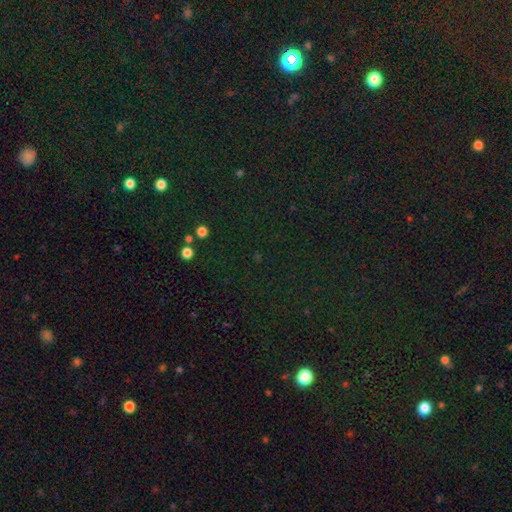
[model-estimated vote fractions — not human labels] Smooth or featured? Predicted: star or artifact (p=0.74).